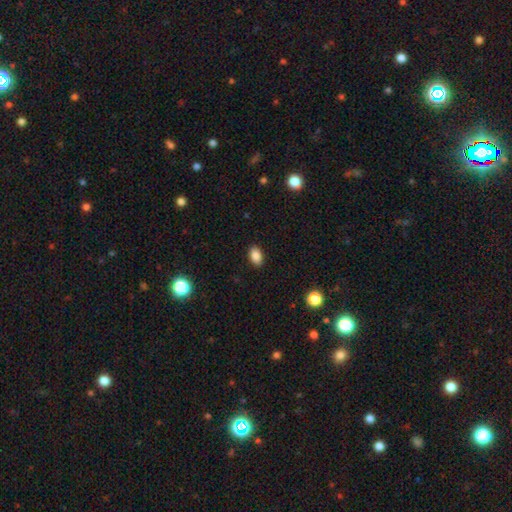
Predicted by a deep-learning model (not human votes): smooth_or_featured: smooth (p=0.87) [alt: star or artifact p=0.09]
how_rounded: in between (p=0.87) [alt: round p=0.12]
merging: none (p=0.89) [alt: minor disturbance p=0.08]